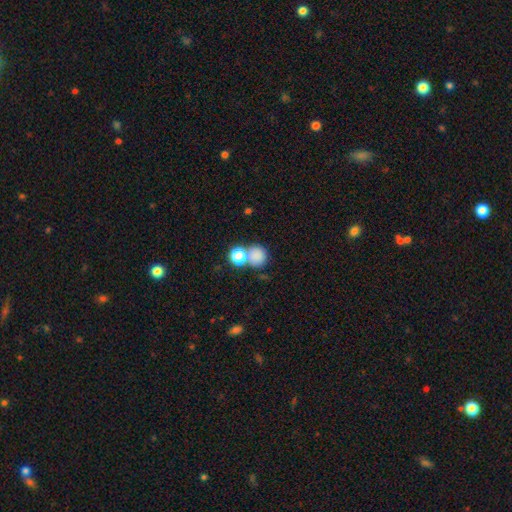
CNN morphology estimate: Smooth or featured? smooth (81%)
How rounded? round (84%)
Merging? none (46%)